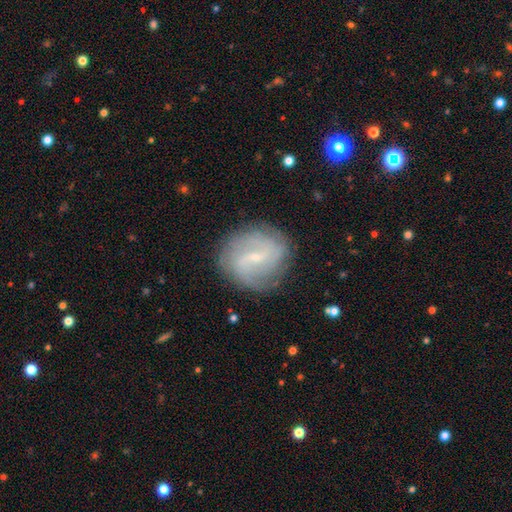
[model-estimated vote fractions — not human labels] Smooth or featured? featured or disk (73%)
Edge-on disk? no (96%)
Bar? weak (51%)
Spiral arms? yes (87%)
Spiral winding? medium (38%)
Spiral arm count? 2 (58%)
Bulge size? small (75%)
Merging? none (82%)